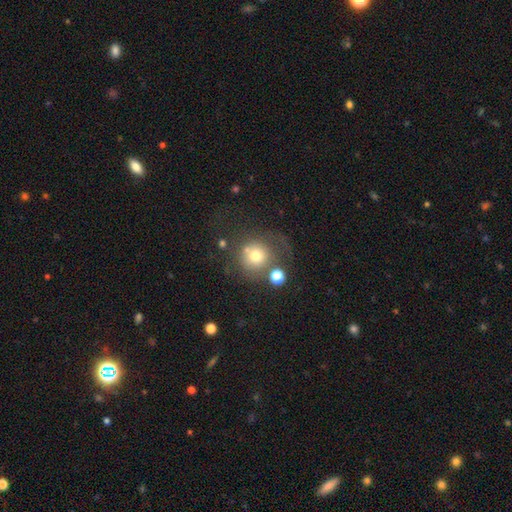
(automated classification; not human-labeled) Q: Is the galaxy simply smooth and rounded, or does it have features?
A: smooth — 70%.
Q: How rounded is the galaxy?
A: round — 90%.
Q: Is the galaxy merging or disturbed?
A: none — 53%.